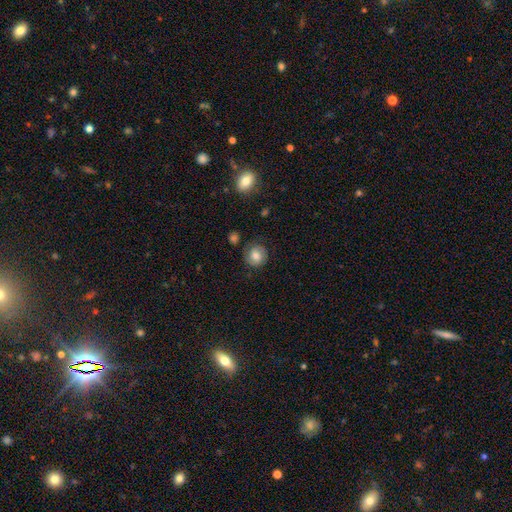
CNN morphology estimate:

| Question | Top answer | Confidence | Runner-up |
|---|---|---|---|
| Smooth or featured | smooth | 68% | featured or disk (22%) |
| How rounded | round | 85% | in between (14%) |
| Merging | none | 78% | minor disturbance (15%) |